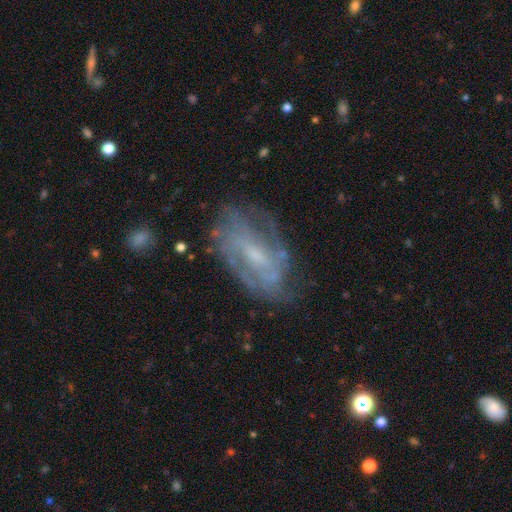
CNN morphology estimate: Smooth or featured? Predicted: featured or disk (p=0.75). Edge-on disk? Predicted: no (p=0.94). Bar? Predicted: weak (p=0.48). Spiral arms? Predicted: yes (p=0.80). Spiral winding? Predicted: tight (p=0.46). Spiral arm count? Predicted: can't tell (p=0.44). Bulge size? Predicted: small (p=0.51). Merging? Predicted: none (p=0.66).